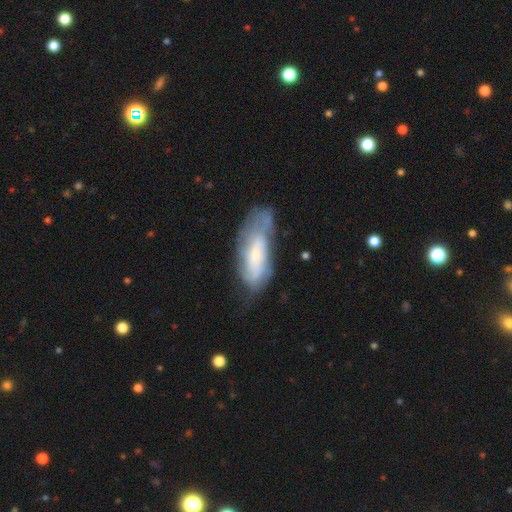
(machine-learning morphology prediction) Smooth or featured? Predicted: featured or disk (p=0.51). Edge-on disk? Predicted: no (p=0.85). Merging? Predicted: none (p=0.44).